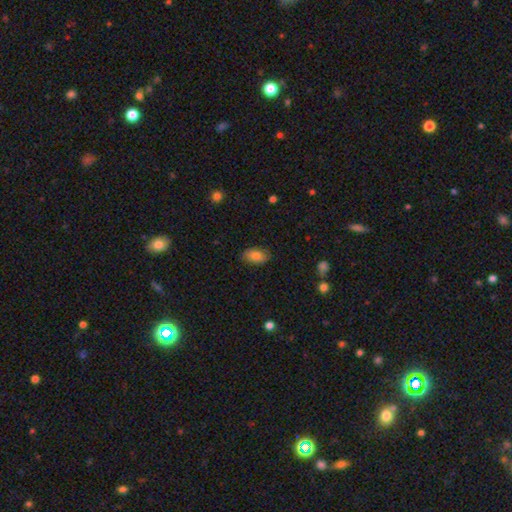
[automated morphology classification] A smooth galaxy with no disk features (76%) that is in between round and cigar-shaped (92%). Merging: none (80%).